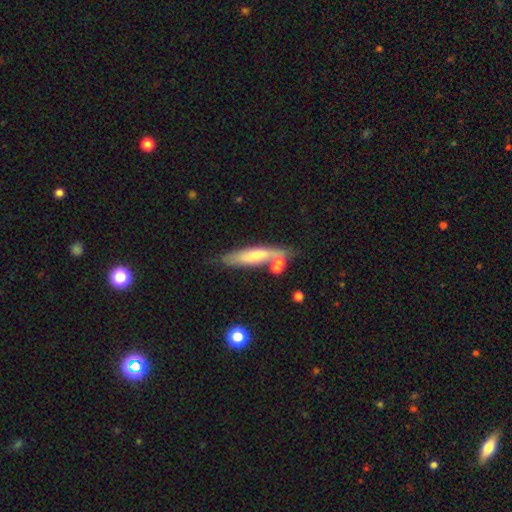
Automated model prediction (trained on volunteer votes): Morphology: type=smooth (58%); roundness=cigar-shaped (77%); merging=none (57%).